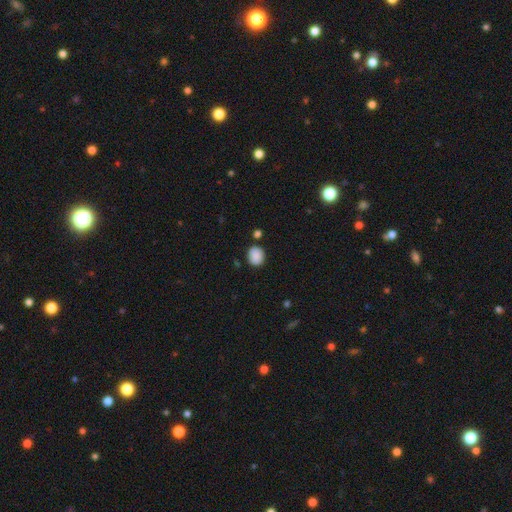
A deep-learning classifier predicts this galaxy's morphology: A smooth galaxy with no disk features (88%) that is round (60%).

Vote fractions:
- Smooth or featured? smooth: 88% / star or artifact: 8% / featured or disk: 3%
- How rounded? round: 60% / in between: 39% / cigar-shaped: 1%
- Merging? none: 81% / minor disturbance: 12% / merger: 4% / major disturbance: 3%